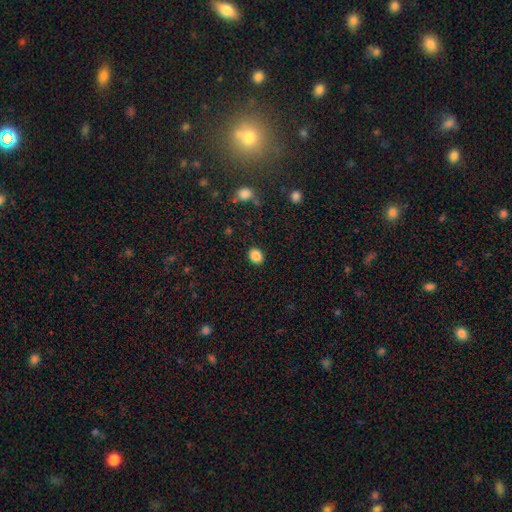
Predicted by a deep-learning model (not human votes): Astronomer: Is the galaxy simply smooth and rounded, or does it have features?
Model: smooth — 87%.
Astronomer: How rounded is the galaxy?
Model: round — 52% (runner-up: in between, 47%).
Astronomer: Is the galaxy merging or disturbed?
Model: none — 88%.